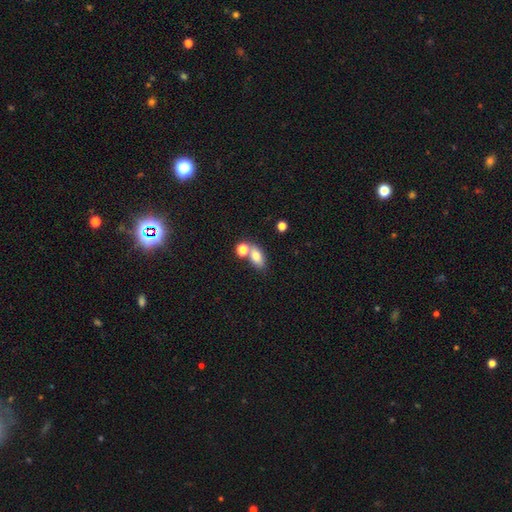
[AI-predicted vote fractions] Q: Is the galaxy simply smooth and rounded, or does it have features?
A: smooth — 76%.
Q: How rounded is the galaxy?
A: in between — 80%.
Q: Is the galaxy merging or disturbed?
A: none — 52%.